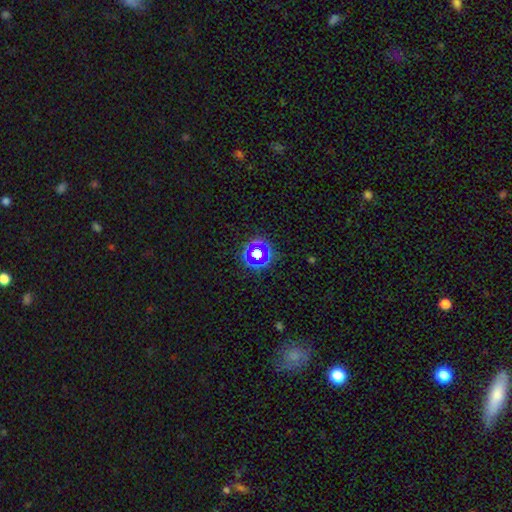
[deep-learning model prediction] Q: Smooth or featured?
A: star or artifact (59%); runner-up: smooth (28%)